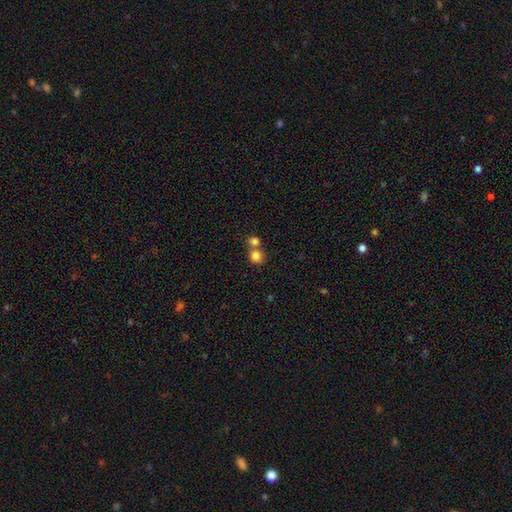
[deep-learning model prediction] smooth-or-featured: smooth: 82% | star or artifact: 11% | featured or disk: 7%
  how-rounded: round: 87% | in between: 12% | cigar-shaped: 1%
  merging: none: 46% | merger: 45% | minor disturbance: 6% | major disturbance: 3%